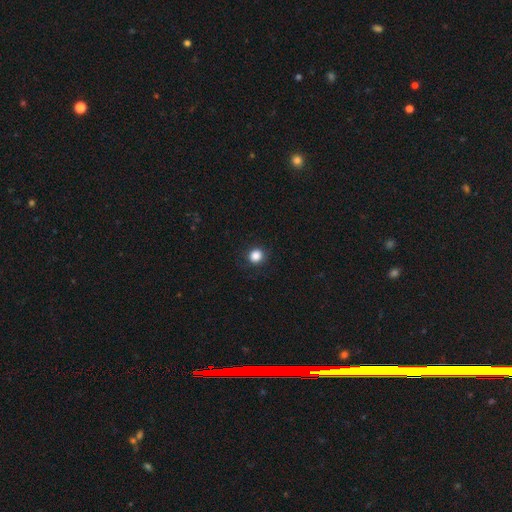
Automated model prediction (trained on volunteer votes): Morphology: type=smooth (86%); roundness=round (90%); merging=none (89%).